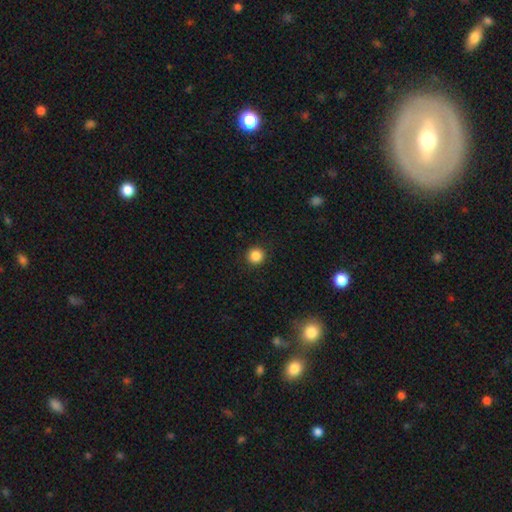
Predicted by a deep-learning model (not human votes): The model was most divided on "smooth or featured": smooth: 86%, star or artifact: 10%, featured or disk: 3%. More confident: how rounded — round (95%); merging — none (93%).